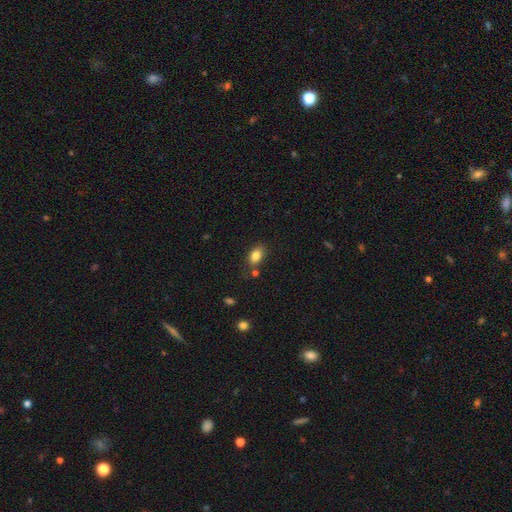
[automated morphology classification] Smooth or featured? Predicted: smooth (p=0.83). How rounded? Predicted: in between (p=0.86). Merging? Predicted: none (p=0.73).